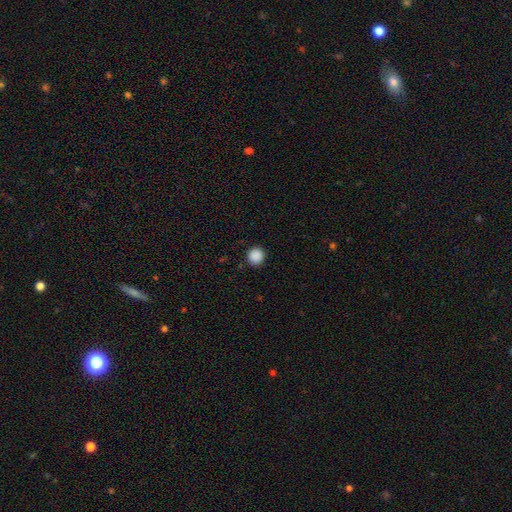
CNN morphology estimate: smooth 89%, star or artifact 9%, featured or disk 2%. Down the decision tree: how rounded — round (92%); merging — none (92%).